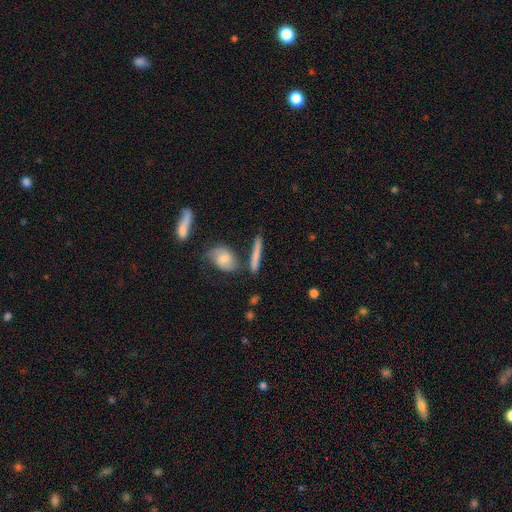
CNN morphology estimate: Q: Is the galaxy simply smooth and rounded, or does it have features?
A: smooth — 63%.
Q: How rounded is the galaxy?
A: cigar-shaped — 87%.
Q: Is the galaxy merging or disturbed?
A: none — 67%.